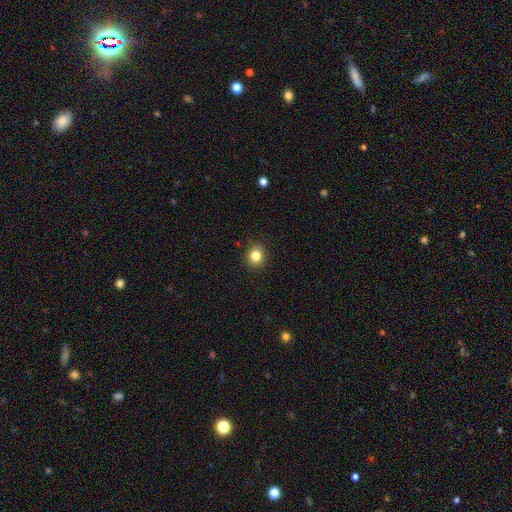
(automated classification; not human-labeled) smooth-or-featured: smooth: 82% | star or artifact: 12% | featured or disk: 6%
  how-rounded: round: 85% | in between: 14% | cigar-shaped: 1%
  merging: none: 90% | minor disturbance: 7% | major disturbance: 2% | merger: 1%